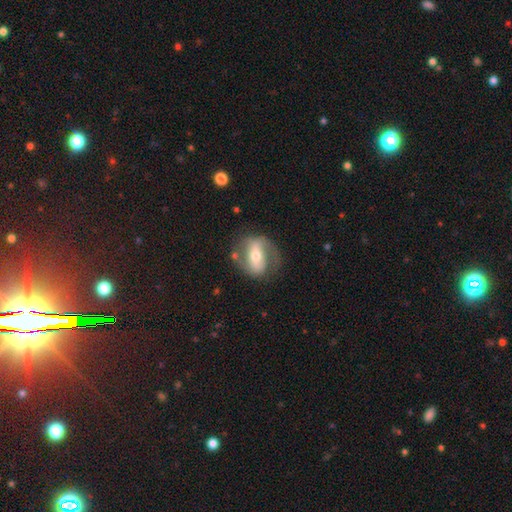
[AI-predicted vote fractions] smooth-or-featured: featured or disk: 71% | smooth: 23% | star or artifact: 6%
  disk-edge-on: no: 93% | yes: 7%
    bar: strong: 57% | weak: 24% | no: 19%
    has-spiral-arms: yes: 72% | no: 28%
    bulge-size: moderate: 58% | small: 34% | large: 5% | dominant: 1% | none: 1%
  merging: none: 69% | minor disturbance: 17% | major disturbance: 11% | merger: 3%